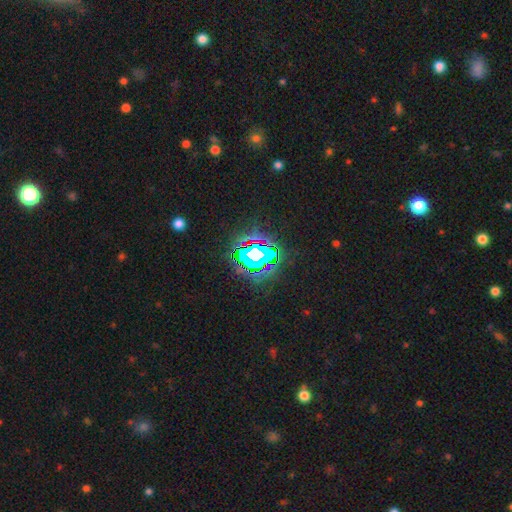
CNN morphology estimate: type=star or artifact (77%).